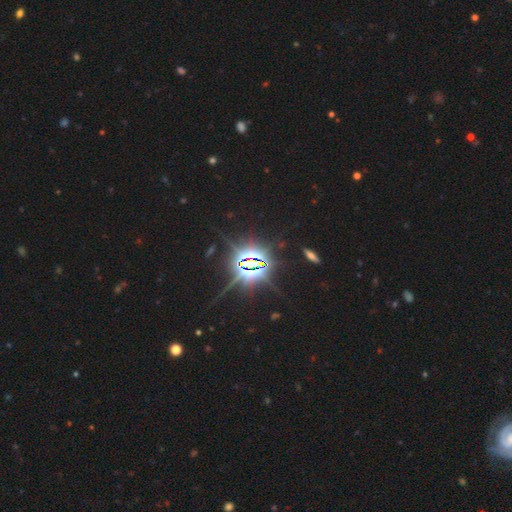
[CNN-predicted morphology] Overall: star or artifact (84%).